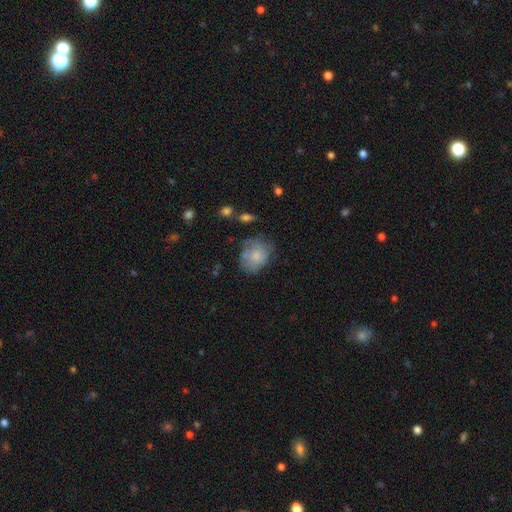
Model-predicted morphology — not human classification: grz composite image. It shows a smooth galaxy with no disk features (70%) that is round (62%). Merging: none (56%).